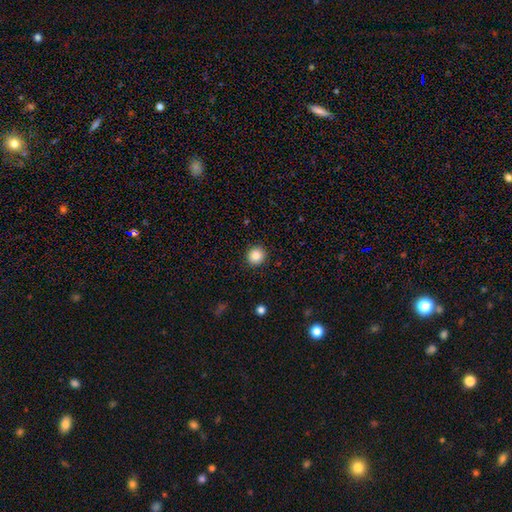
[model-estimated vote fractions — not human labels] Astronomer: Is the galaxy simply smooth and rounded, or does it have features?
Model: smooth — 86%.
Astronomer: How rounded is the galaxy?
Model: round — 92%.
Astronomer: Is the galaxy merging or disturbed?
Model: none — 92%.